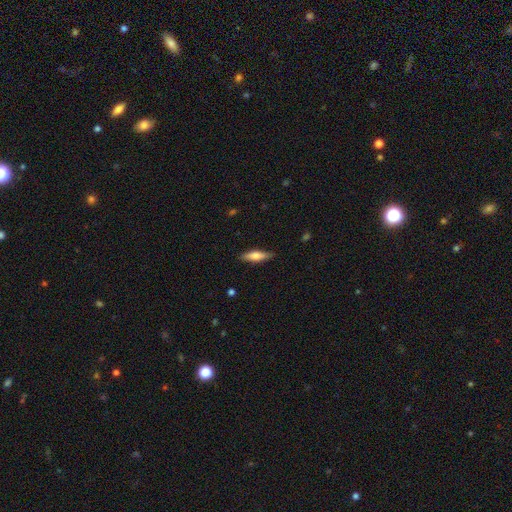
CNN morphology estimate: Smooth or featured? smooth (65%)
How rounded? cigar-shaped (63%)
Merging? none (86%)